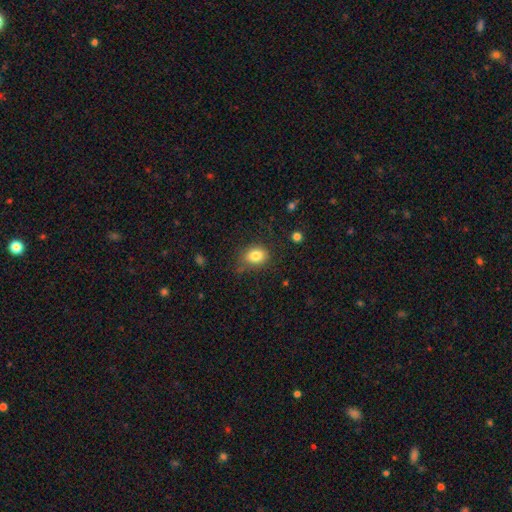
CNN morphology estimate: This is clearly a smooth galaxy (81%). How rounded: likely in between (61%). Merging: likely none (75%).